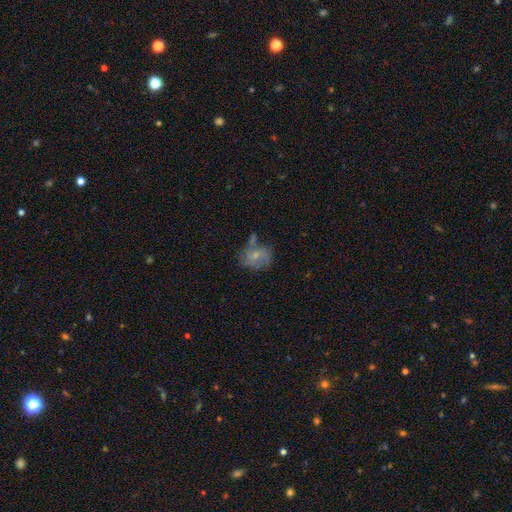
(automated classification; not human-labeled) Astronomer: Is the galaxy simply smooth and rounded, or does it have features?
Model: smooth — 53% (runner-up: featured or disk, 38%).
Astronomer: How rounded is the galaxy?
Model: in between — 54% (runner-up: round, 44%).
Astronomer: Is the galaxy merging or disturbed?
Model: none — 45% (runner-up: minor disturbance, 26%).